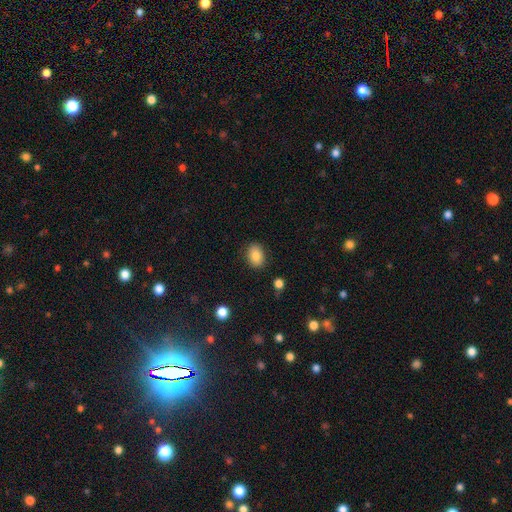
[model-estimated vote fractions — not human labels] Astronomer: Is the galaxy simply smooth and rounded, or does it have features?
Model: smooth — 84%.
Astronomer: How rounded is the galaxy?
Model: in between — 73%.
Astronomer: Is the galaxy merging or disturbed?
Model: none — 86%.